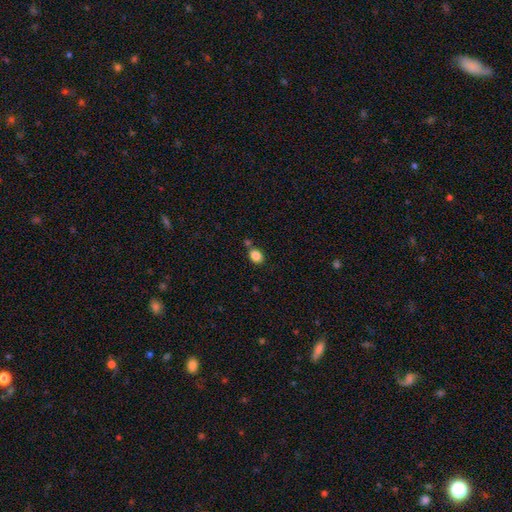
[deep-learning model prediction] Overall: smooth (86%). How rounded: in between (59%; round 40%). Merging: none (70%).